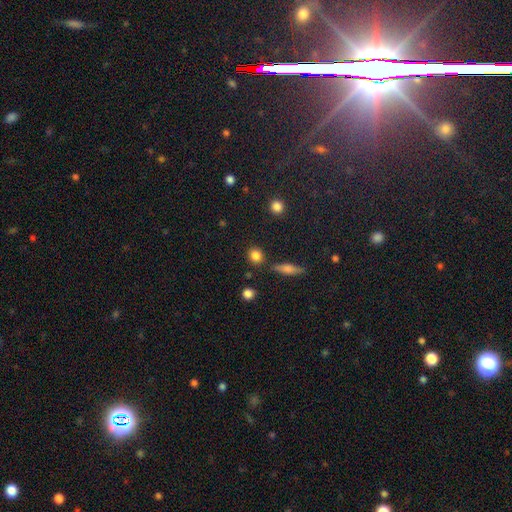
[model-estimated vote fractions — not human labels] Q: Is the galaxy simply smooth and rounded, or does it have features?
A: smooth — 83%.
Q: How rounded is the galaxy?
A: round — 82%.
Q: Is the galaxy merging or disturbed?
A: none — 82%.